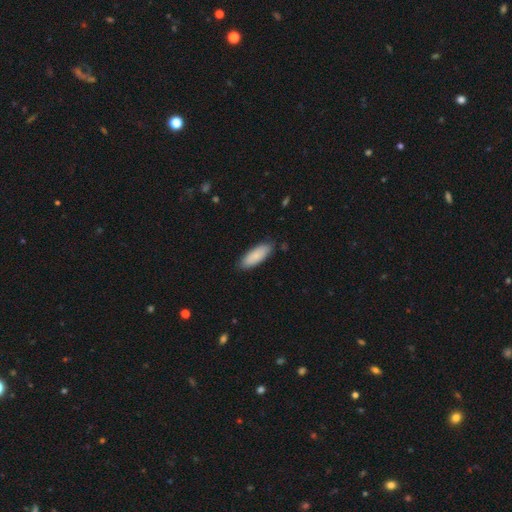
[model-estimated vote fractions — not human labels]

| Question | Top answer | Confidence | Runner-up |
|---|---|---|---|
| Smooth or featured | smooth | 85% | featured or disk (9%) |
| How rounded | in between | 68% | cigar-shaped (30%) |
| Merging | none | 84% | minor disturbance (13%) |